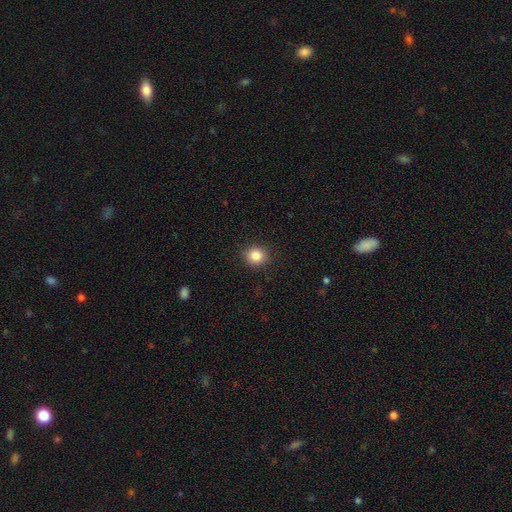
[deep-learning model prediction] smooth-or-featured: smooth: 85% | star or artifact: 10% | featured or disk: 5%
  how-rounded: round: 86% | in between: 14% | cigar-shaped: 1%
  merging: none: 90% | minor disturbance: 7% | major disturbance: 2% | merger: 1%